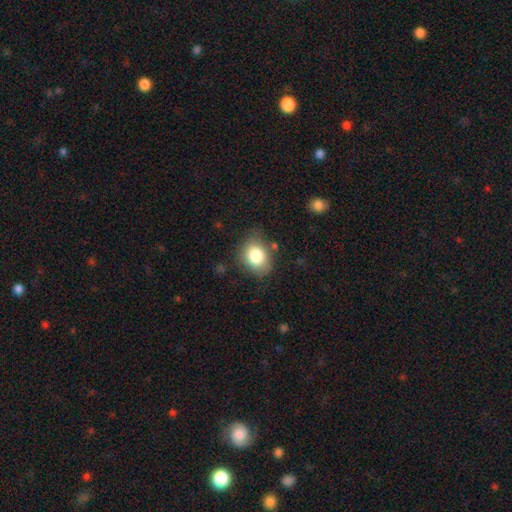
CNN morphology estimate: This is likely a smooth galaxy (80%). How rounded: possibly in between (56%). Merging: likely none (69%).